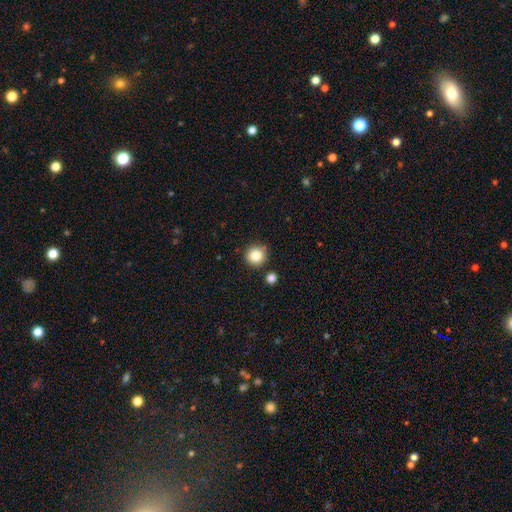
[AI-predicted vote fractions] This is clearly a smooth galaxy (84%). How rounded: clearly round (94%). Merging: clearly none (85%).